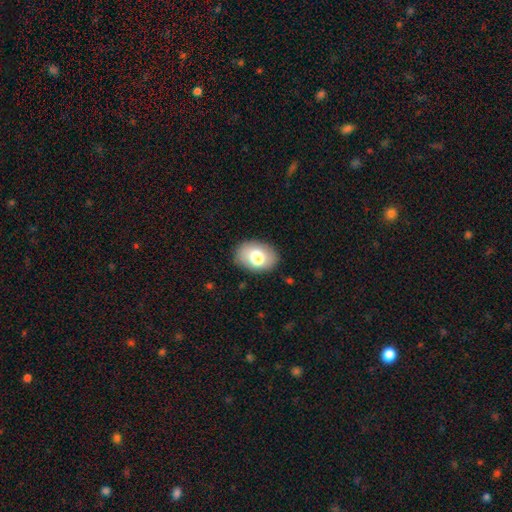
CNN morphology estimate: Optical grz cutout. It shows a smooth galaxy with no disk features (75%) that is in between round and cigar-shaped (82%). Merging: none (84%).